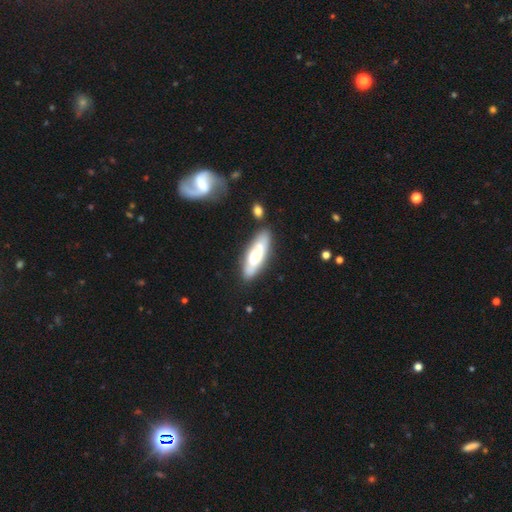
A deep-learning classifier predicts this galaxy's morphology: Q: Smooth or featured?
A: smooth (51%); runner-up: featured or disk (43%)
Q: How rounded?
A: in between (49%); tied with: cigar-shaped (49%)
Q: Merging?
A: none (77%); runner-up: minor disturbance (14%)